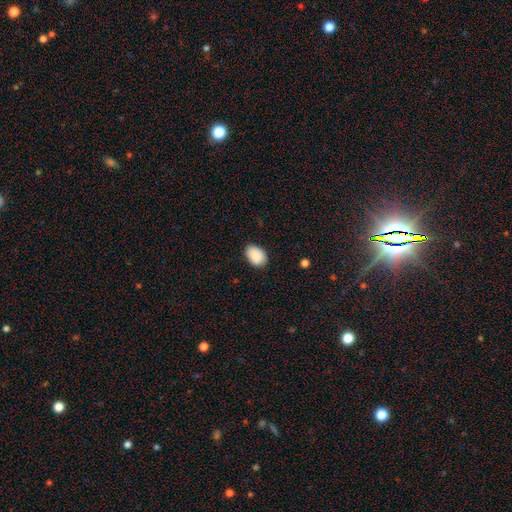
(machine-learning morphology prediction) This appears to be a smooth galaxy with no disk features (88%) that is in between round and cigar-shaped (84%). Merging: none (78%).